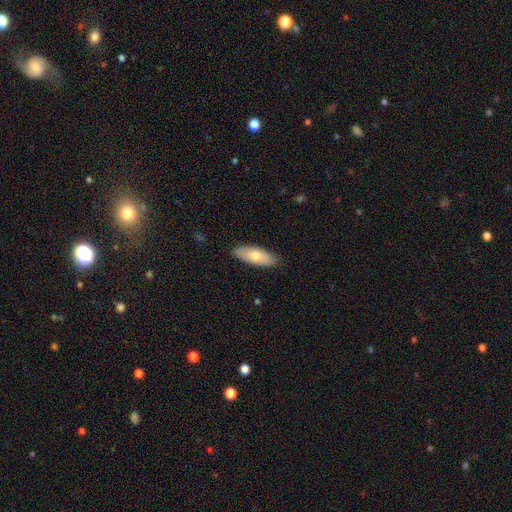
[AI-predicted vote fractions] Smooth or featured? Predicted: smooth (p=0.70). How rounded? Predicted: in between (p=0.72). Merging? Predicted: none (p=0.88).